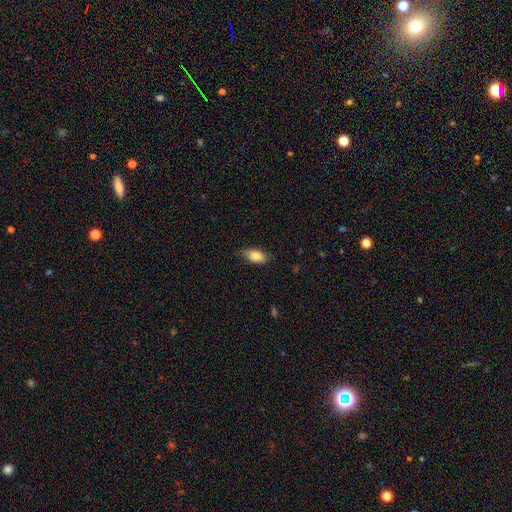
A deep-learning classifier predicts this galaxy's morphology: smooth-or-featured: smooth: 81% | featured or disk: 13% | star or artifact: 7%
  how-rounded: in between: 89% | cigar-shaped: 7% | round: 4%
  merging: none: 67% | minor disturbance: 27% | major disturbance: 5% | merger: 1%